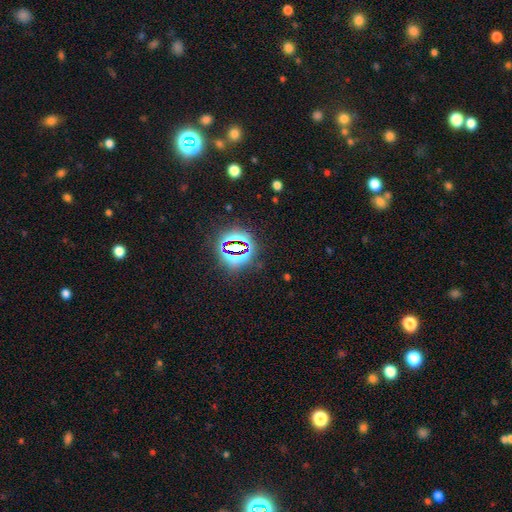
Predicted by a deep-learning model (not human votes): Smooth or featured? Predicted: star or artifact (p=0.79).